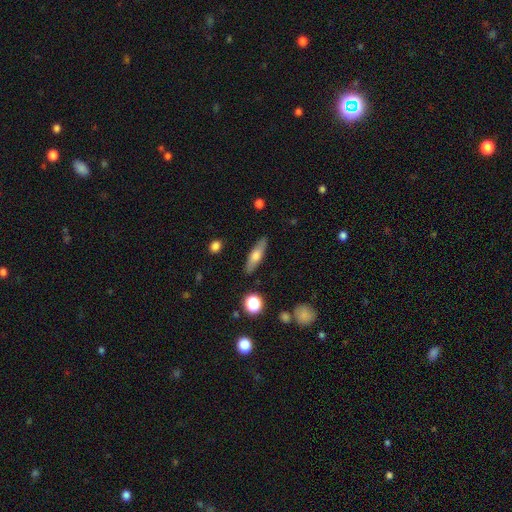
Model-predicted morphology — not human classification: This is possibly a smooth galaxy (58%). How rounded: possibly cigar-shaped (59%). Merging: clearly none (87%).